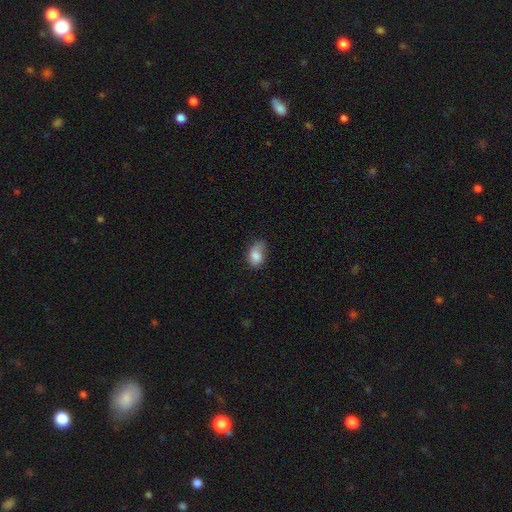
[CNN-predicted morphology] Smooth or featured?
  - smooth: 78% *
  - featured or disk: 14%
  - star or artifact: 9%
How rounded?
  - in between: 78% *
  - round: 20%
  - cigar-shaped: 1%
Merging?
  - minor disturbance: 39% *
  - none: 35%
  - major disturbance: 22%
  - merger: 4%